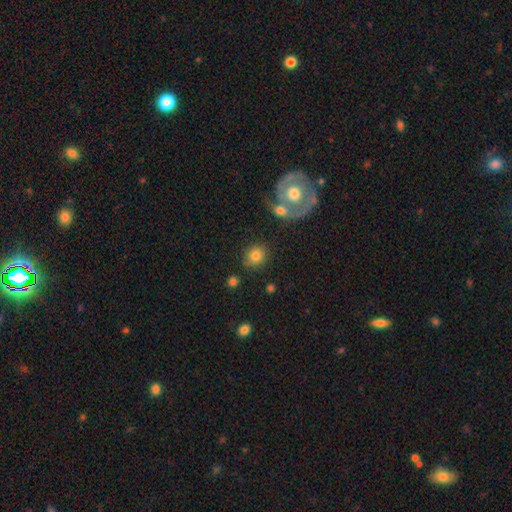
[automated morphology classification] The model was most divided on "how rounded": round: 75%, in between: 24%, cigar-shaped: 1%. More confident: smooth or featured — smooth (81%); merging — none (80%).